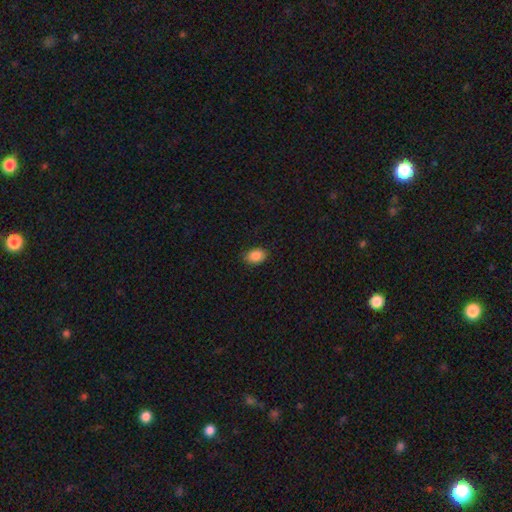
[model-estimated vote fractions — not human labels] smooth_or_featured: smooth (p=0.89) [alt: star or artifact p=0.08]
how_rounded: in between (p=0.85) [alt: round p=0.14]
merging: none (p=0.87) [alt: minor disturbance p=0.10]